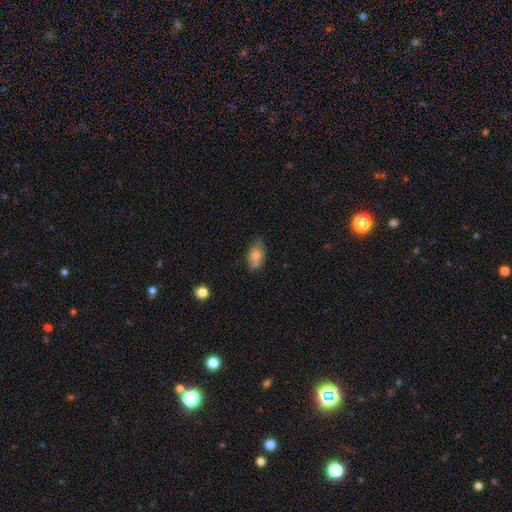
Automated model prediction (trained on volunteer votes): Smooth or featured? Predicted: smooth (p=0.71). How rounded? Predicted: in between (p=0.87). Merging? Predicted: none (p=0.59).